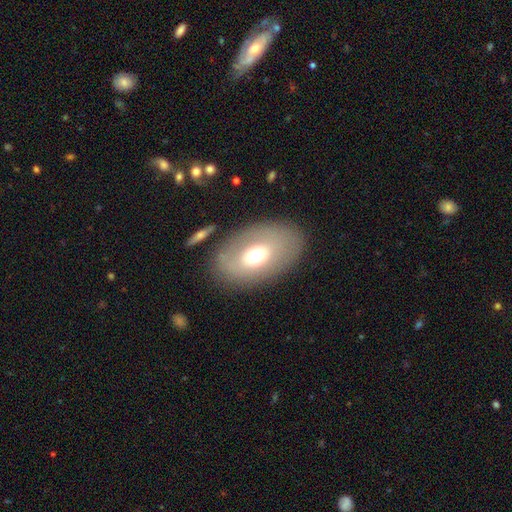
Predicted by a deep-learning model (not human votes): Q: Smooth or featured?
A: smooth (58%); runner-up: featured or disk (32%)
Q: How rounded?
A: in between (84%); runner-up: round (15%)
Q: Merging?
A: none (78%); runner-up: minor disturbance (12%)